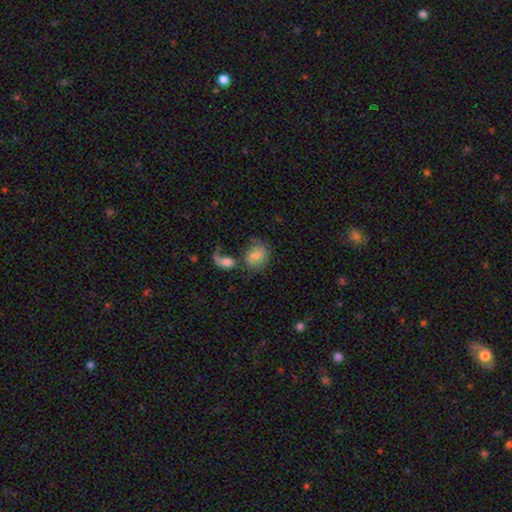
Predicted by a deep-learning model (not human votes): Q: Smooth or featured?
A: smooth (68%); runner-up: featured or disk (23%)
Q: How rounded?
A: round (49%); tied with: in between (49%)
Q: Merging?
A: none (44%); runner-up: merger (27%)